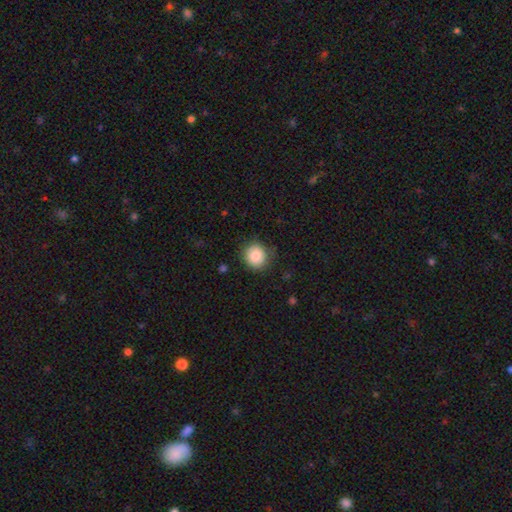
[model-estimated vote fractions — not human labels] Q: Smooth or featured?
A: smooth (86%); runner-up: star or artifact (9%)
Q: How rounded?
A: round (87%); runner-up: in between (12%)
Q: Merging?
A: none (84%); runner-up: minor disturbance (11%)